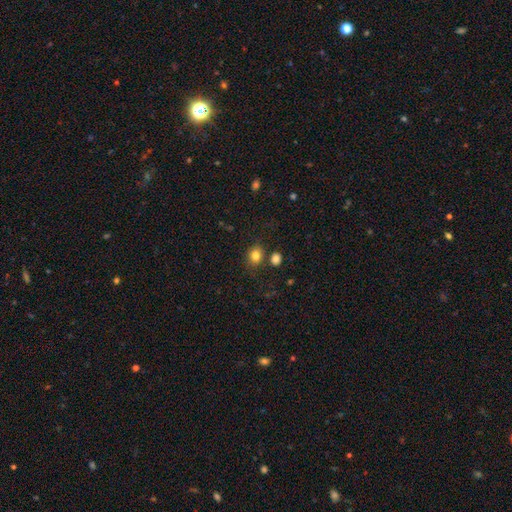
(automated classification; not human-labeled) smooth 82%, star or artifact 12%, featured or disk 6%. Down the decision tree: how rounded — round (63%); merging — none (76%).